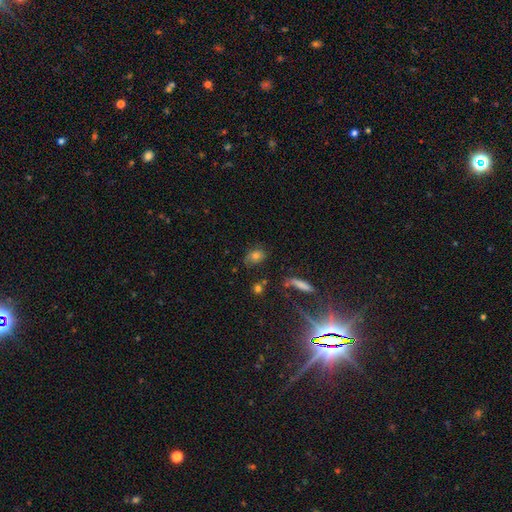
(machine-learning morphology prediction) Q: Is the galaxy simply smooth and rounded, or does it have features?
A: smooth — 63%.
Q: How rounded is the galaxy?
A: in between — 67%.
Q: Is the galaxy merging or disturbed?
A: none — 59%.